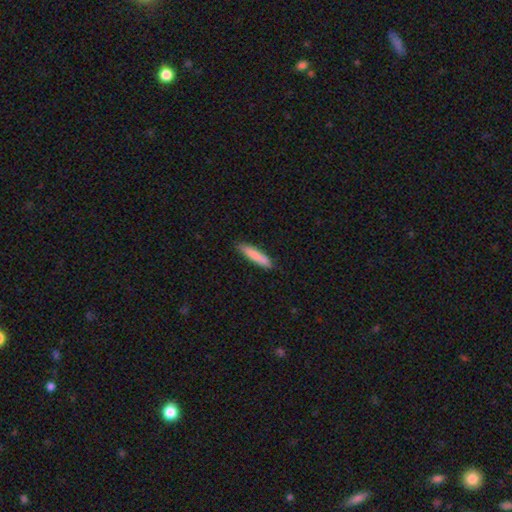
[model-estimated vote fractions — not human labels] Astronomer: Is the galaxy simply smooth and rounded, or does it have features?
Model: smooth — 83%.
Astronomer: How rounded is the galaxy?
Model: cigar-shaped — 87%.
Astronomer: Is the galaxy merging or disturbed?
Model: none — 85%.